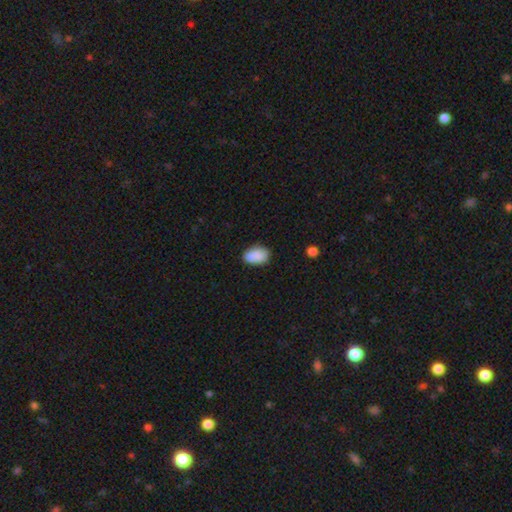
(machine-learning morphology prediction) A smooth galaxy with no disk features (88%) that is in between round and cigar-shaped (86%).

Vote fractions:
- Smooth or featured? smooth: 88% / star or artifact: 7% / featured or disk: 5%
- How rounded? in between: 86% / round: 12% / cigar-shaped: 1%
- Merging? none: 77% / minor disturbance: 18% / major disturbance: 3% / merger: 2%